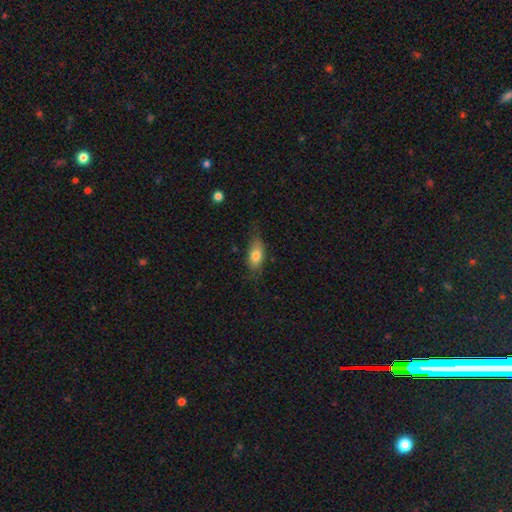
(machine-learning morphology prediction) A smooth galaxy with no disk features (75%) that is in between round and cigar-shaped (81%).

Vote fractions:
- Smooth or featured? smooth: 75% / featured or disk: 18% / star or artifact: 7%
- How rounded? in between: 81% / cigar-shaped: 14% / round: 5%
- Merging? none: 64% / minor disturbance: 27% / major disturbance: 8% / merger: 2%